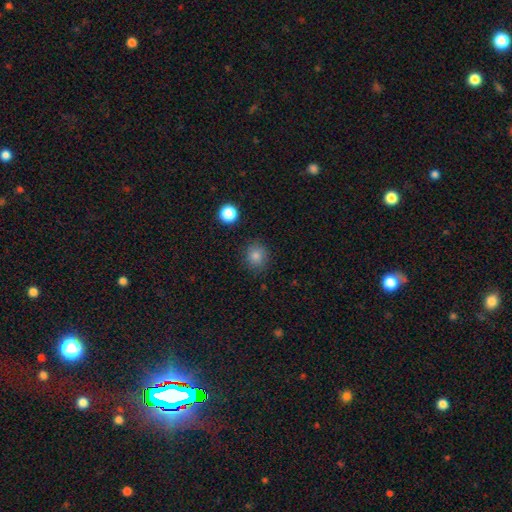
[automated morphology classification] Smooth or featured? Predicted: smooth (p=0.82). How rounded? Predicted: round (p=0.80). Merging? Predicted: none (p=0.88).